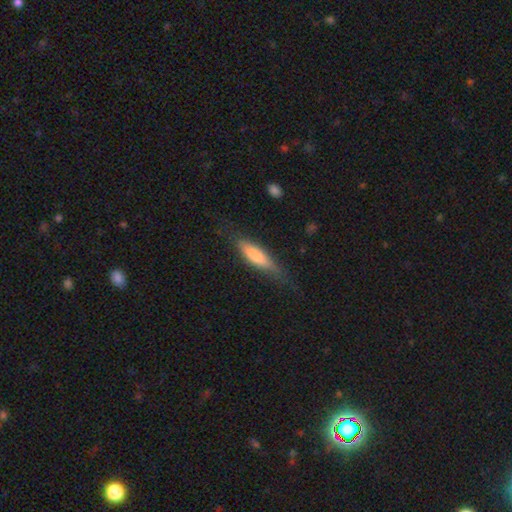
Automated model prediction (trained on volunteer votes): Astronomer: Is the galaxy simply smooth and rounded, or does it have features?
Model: smooth — 71%.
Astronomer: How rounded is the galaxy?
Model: cigar-shaped — 63%.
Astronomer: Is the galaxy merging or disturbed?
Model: none — 68%.